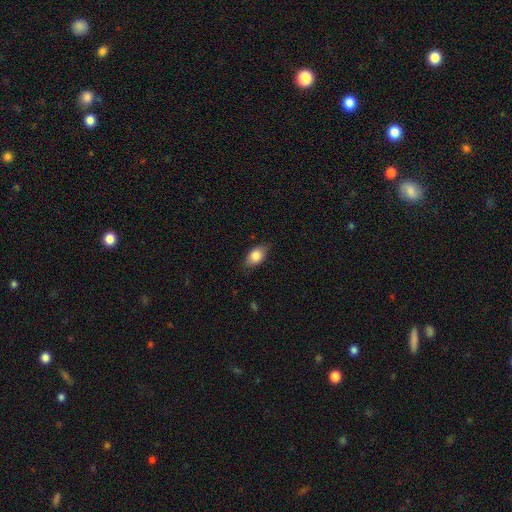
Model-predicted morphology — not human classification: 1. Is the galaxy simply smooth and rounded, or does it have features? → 82% smooth, 11% featured or disk, 7% star or artifact.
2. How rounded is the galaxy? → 87% in between, 10% round, 3% cigar-shaped.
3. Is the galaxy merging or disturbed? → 80% none, 16% minor disturbance, 3% major disturbance, 1% merger.